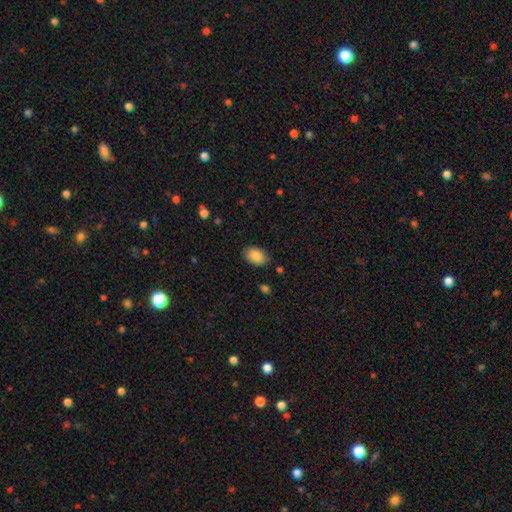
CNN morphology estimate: Q: Smooth or featured?
A: smooth (86%); runner-up: star or artifact (7%)
Q: How rounded?
A: in between (86%); runner-up: round (13%)
Q: Merging?
A: none (85%); runner-up: minor disturbance (11%)